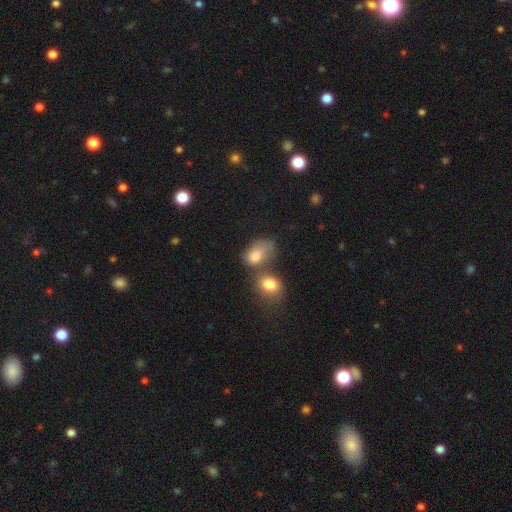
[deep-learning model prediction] Smooth or featured?
  - smooth: 78% *
  - featured or disk: 12%
  - star or artifact: 11%
How rounded?
  - in between: 79% *
  - round: 19%
  - cigar-shaped: 2%
Merging?
  - merger: 44% *
  - none: 26%
  - minor disturbance: 16%
  - major disturbance: 14%